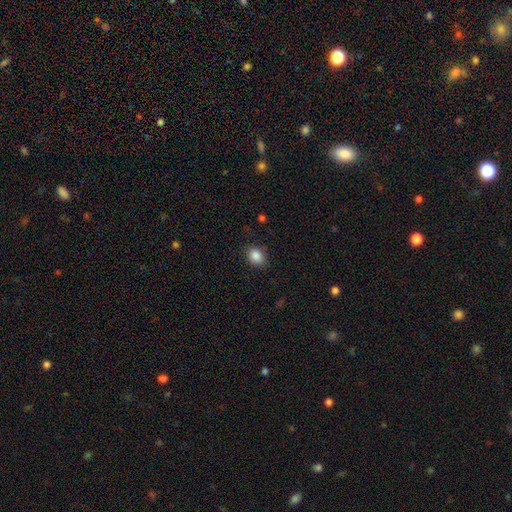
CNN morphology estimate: The model was most divided on "how rounded": in between: 52%, round: 47%, cigar-shaped: 1%. More confident: smooth or featured — smooth (87%); merging — none (85%).